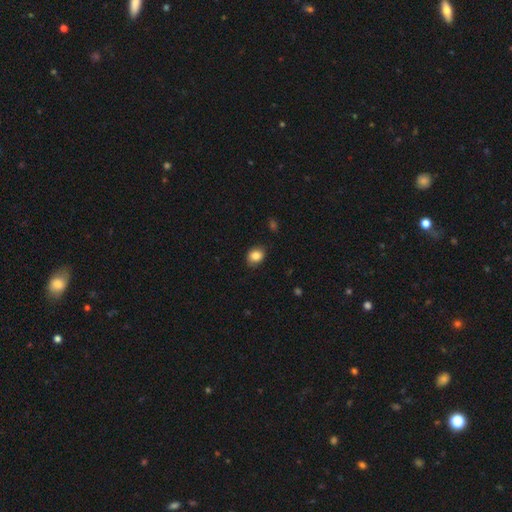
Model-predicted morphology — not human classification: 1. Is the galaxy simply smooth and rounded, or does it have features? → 85% smooth, 9% star or artifact, 6% featured or disk.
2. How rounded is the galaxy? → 50% in between, 49% round, 1% cigar-shaped.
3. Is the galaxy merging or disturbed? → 83% none, 13% minor disturbance, 3% major disturbance, 1% merger.